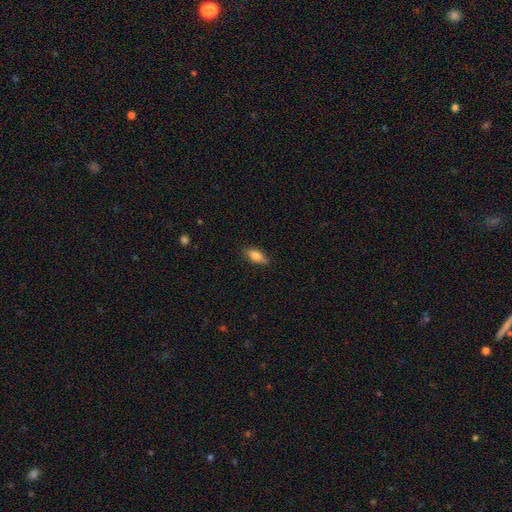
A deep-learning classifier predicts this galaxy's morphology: smooth 77%, featured or disk 16%, star or artifact 7%. Down the decision tree: how rounded — in between (77%); merging — none (80%).